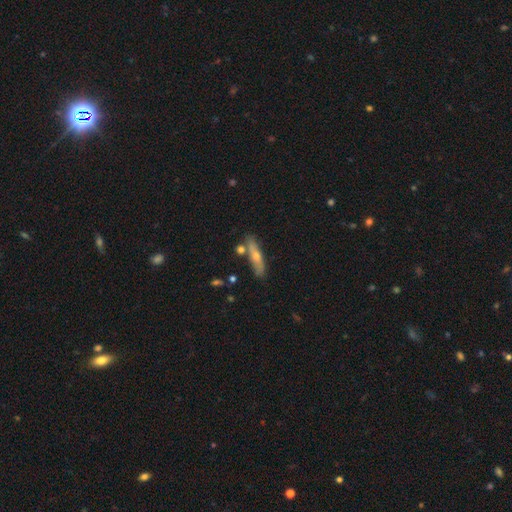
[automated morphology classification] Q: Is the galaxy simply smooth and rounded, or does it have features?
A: smooth — 52%.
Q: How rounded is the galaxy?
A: cigar-shaped — 77%.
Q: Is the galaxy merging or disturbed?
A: none — 73%.